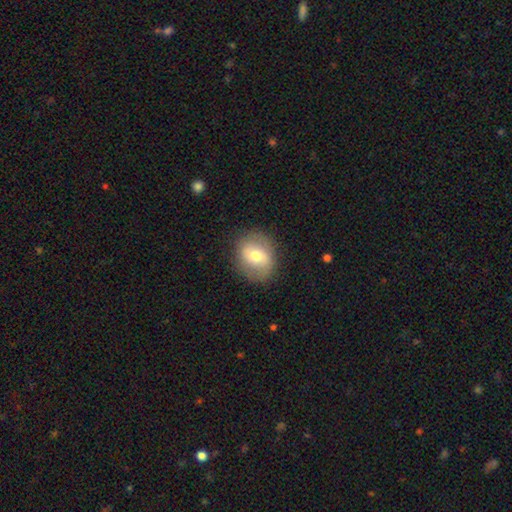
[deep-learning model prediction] A smooth galaxy with no disk features (58%) that is round (57%). Merging: none (81%).